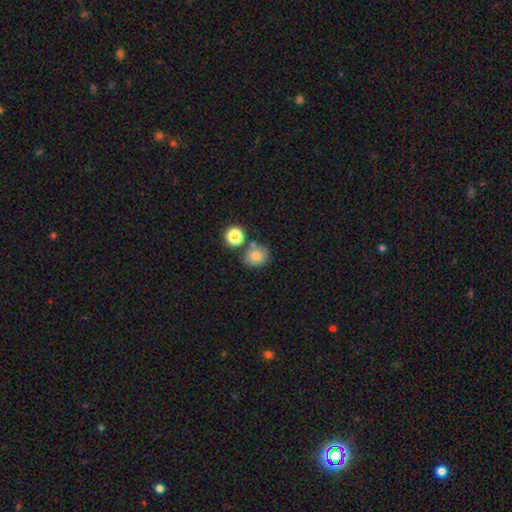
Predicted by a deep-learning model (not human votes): This appears to be a smooth galaxy with no disk features (80%) that is round (61%). Merging: none (65%).